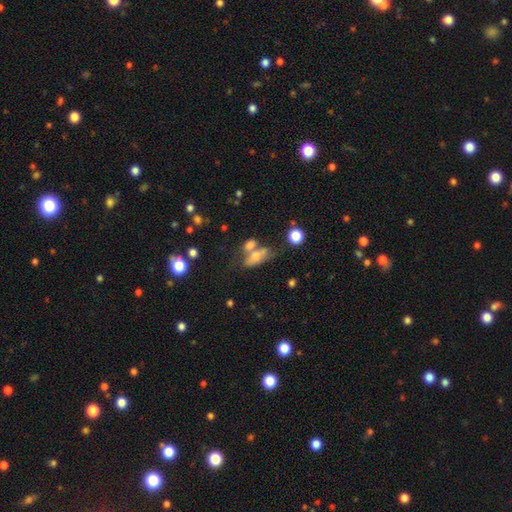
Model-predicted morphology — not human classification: Q: Smooth or featured?
A: smooth (61%); runner-up: featured or disk (27%)
Q: How rounded?
A: in between (73%); runner-up: cigar-shaped (18%)
Q: Merging?
A: merger (40%); runner-up: none (37%)